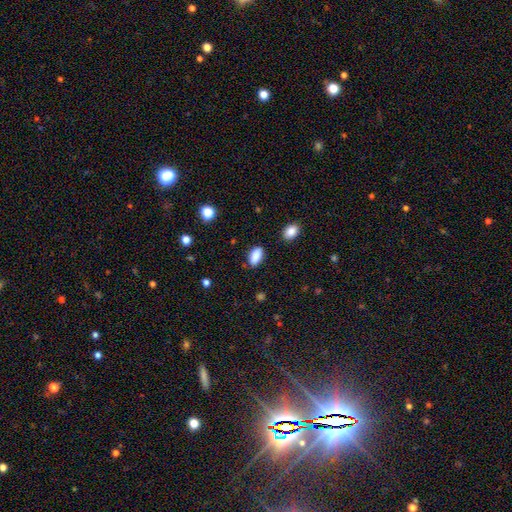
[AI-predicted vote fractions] Smooth or featured?
  - smooth: 88% *
  - star or artifact: 8%
  - featured or disk: 5%
How rounded?
  - in between: 90% *
  - cigar-shaped: 6%
  - round: 4%
Merging?
  - none: 84% *
  - minor disturbance: 11%
  - major disturbance: 3%
  - merger: 2%